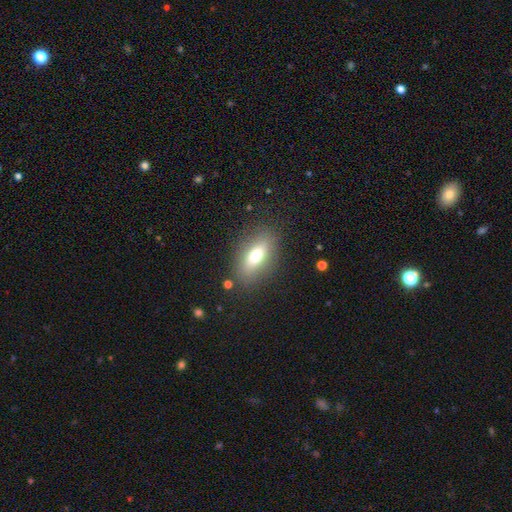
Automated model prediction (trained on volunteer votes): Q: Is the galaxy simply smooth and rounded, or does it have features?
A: smooth — 69%.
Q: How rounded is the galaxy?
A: in between — 80%.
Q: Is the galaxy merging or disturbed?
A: none — 83%.